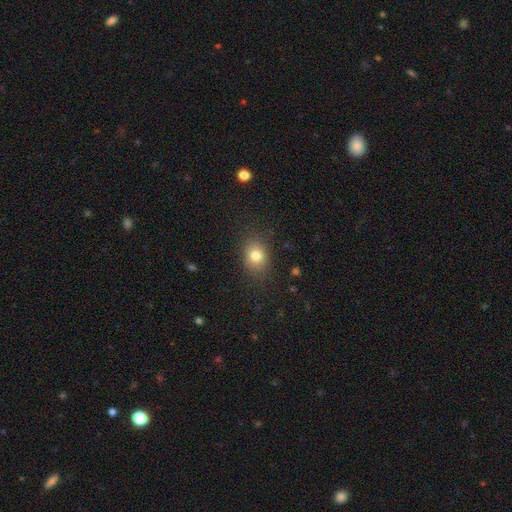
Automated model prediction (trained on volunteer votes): A smooth galaxy with no disk features (80%) that is in between round and cigar-shaped (57%).

Vote fractions:
- Smooth or featured? smooth: 80% / star or artifact: 11% / featured or disk: 9%
- How rounded? in between: 57% / round: 42% / cigar-shaped: 1%
- Merging? none: 83% / minor disturbance: 12% / major disturbance: 4% / merger: 1%